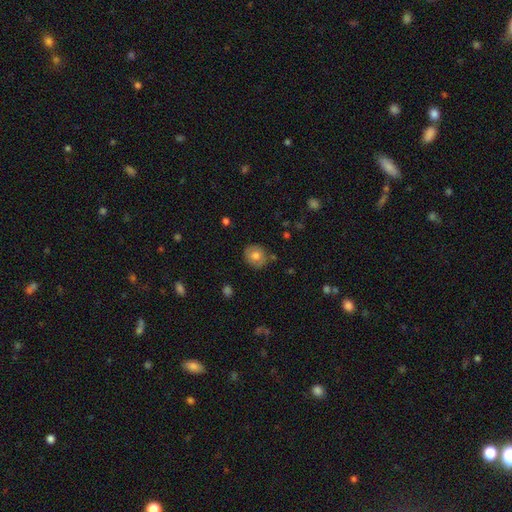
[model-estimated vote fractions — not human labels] smooth 73%, featured or disk 19%, star or artifact 9%. Down the decision tree: how rounded — round (80%); merging — none (82%).